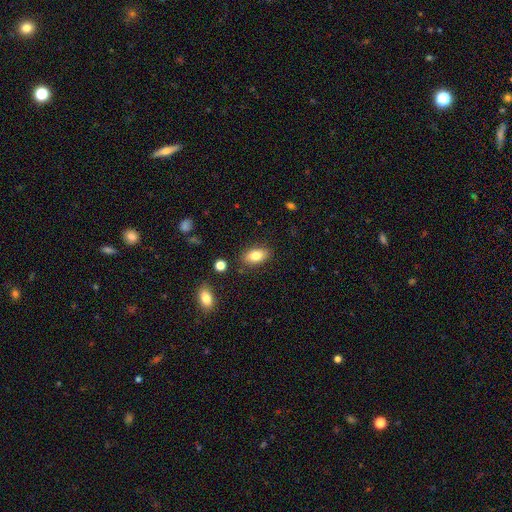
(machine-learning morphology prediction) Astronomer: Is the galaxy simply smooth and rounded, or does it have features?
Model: smooth — 82%.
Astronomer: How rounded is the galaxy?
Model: in between — 90%.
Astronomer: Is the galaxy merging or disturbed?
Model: none — 85%.